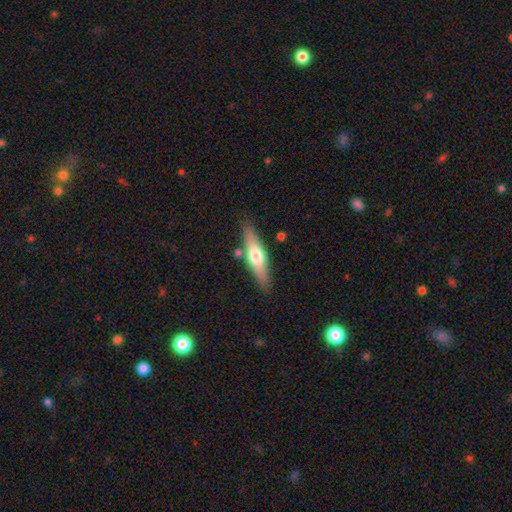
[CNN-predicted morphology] This appears to be a smooth galaxy with no disk features (48%). Merging: none (81%).